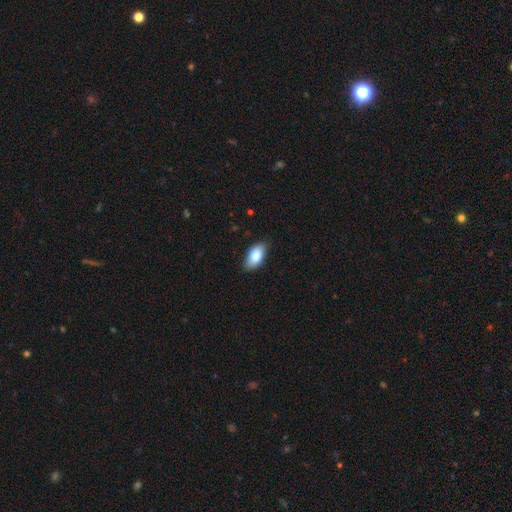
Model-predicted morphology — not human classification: A smooth galaxy with no disk features (82%) that is in between round and cigar-shaped (92%).

Vote fractions:
- Smooth or featured? smooth: 82% / featured or disk: 11% / star or artifact: 6%
- How rounded? in between: 92% / cigar-shaped: 4% / round: 4%
- Merging? none: 84% / minor disturbance: 13% / major disturbance: 2% / merger: 1%